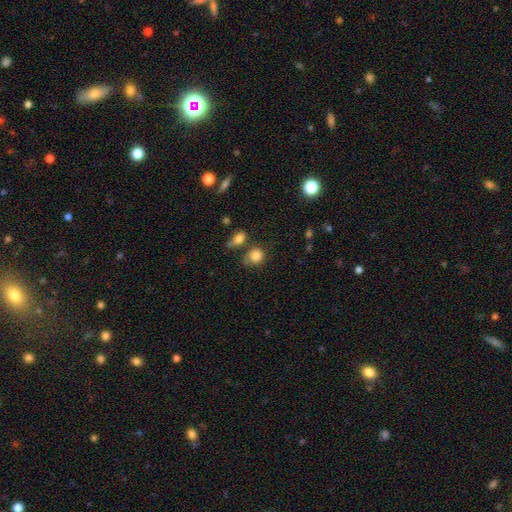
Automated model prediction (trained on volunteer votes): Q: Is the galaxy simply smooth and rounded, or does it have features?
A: smooth — 84%.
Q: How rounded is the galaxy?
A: round — 72%.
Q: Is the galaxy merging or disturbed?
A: none — 55%.